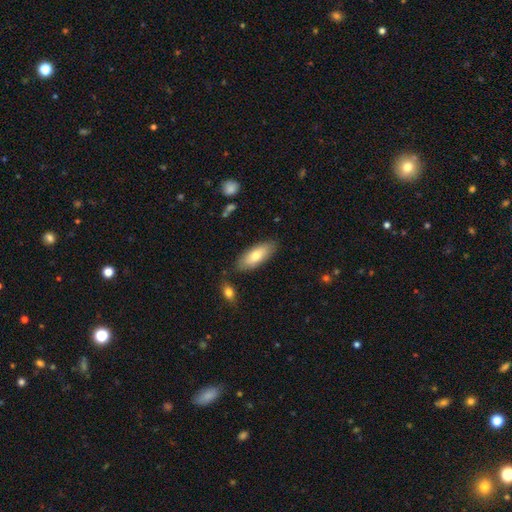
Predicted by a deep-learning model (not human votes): A smooth galaxy with no disk features (75%) that is in between round and cigar-shaped (76%). Merging: none (83%).